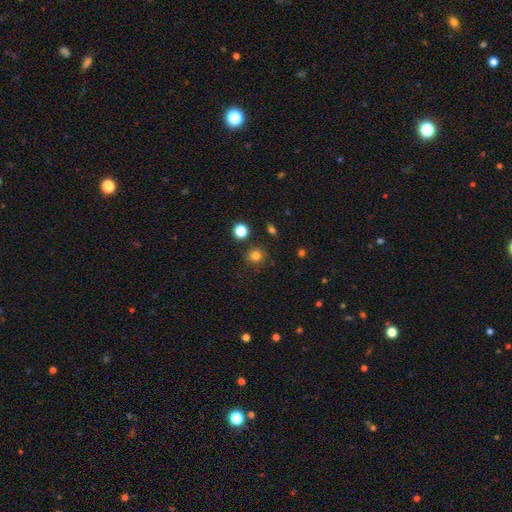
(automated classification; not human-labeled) A smooth galaxy with no disk features (80%) that is round (90%). Merging: none (85%).